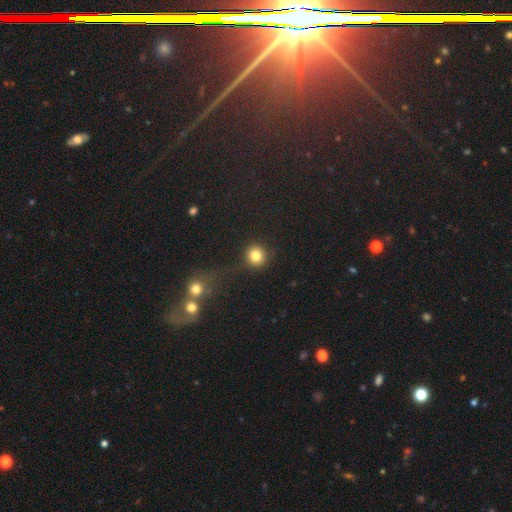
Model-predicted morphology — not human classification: Smooth or featured? Predicted: smooth (p=0.82). How rounded? Predicted: round (p=0.93). Merging? Predicted: none (p=0.85).